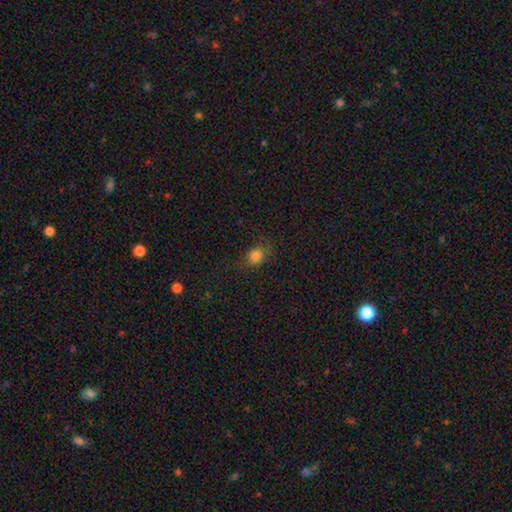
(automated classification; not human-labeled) smooth_or_featured: smooth (p=0.79) [alt: star or artifact p=0.15]
how_rounded: round (p=0.71) [alt: in between p=0.28]
merging: none (p=0.74) [alt: minor disturbance p=0.18]